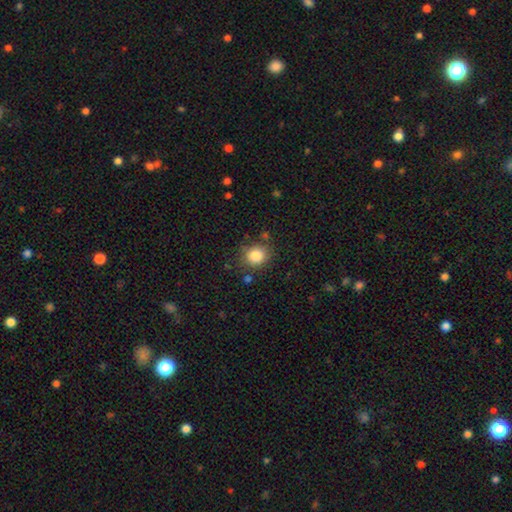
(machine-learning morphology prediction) Overall: smooth (84%). How rounded: round (81%). Merging: none (81%).